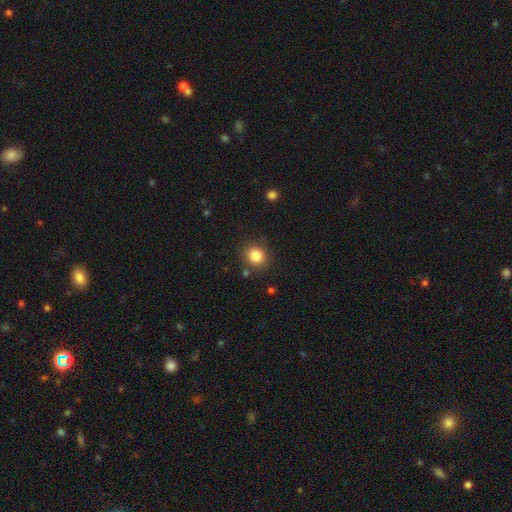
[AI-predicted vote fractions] Smooth or featured?
  - smooth: 84% *
  - star or artifact: 11%
  - featured or disk: 5%
How rounded?
  - round: 86% *
  - in between: 14%
  - cigar-shaped: 1%
Merging?
  - none: 85% *
  - minor disturbance: 9%
  - merger: 3%
  - major disturbance: 3%